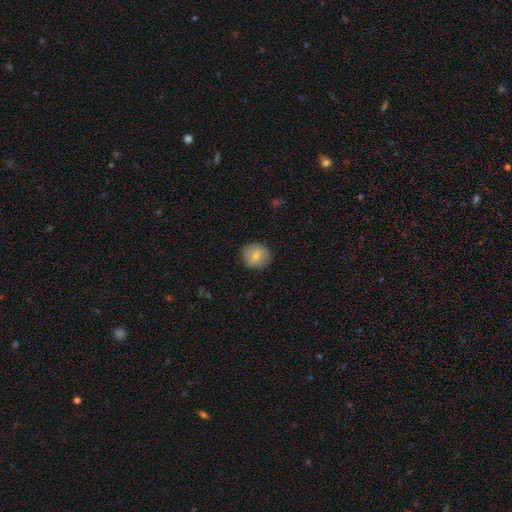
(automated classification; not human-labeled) Morphology: type=smooth (79%); roundness=round (87%); merging=none (85%).